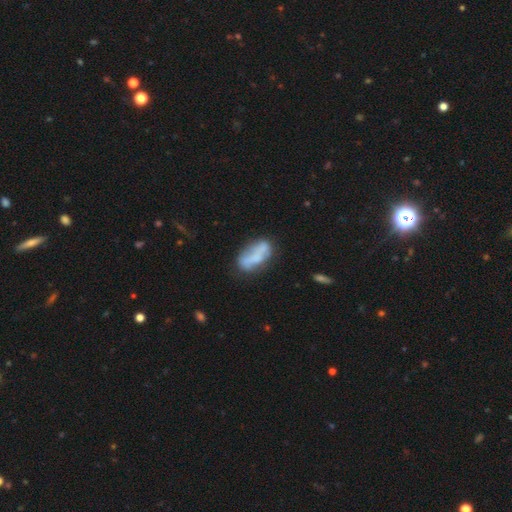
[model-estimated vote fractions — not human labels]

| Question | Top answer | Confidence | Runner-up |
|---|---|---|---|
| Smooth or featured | smooth | 57% | featured or disk (34%) |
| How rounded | in between | 80% | cigar-shaped (16%) |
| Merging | none | 48% | minor disturbance (25%) |